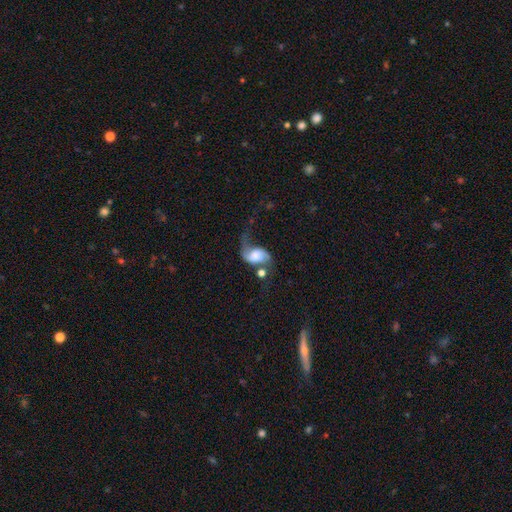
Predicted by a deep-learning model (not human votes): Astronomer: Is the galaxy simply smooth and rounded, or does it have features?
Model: featured or disk — 62%.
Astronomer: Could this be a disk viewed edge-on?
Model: no — 97%.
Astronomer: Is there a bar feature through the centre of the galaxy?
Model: no — 61%.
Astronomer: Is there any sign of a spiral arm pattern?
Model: yes — 88%.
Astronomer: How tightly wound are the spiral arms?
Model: loose — 82%.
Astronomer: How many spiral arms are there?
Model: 2 — 76%.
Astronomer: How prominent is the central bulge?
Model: none — 31% (runner-up: large, 25%).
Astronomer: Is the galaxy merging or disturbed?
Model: major disturbance — 35% (runner-up: none, 29%).